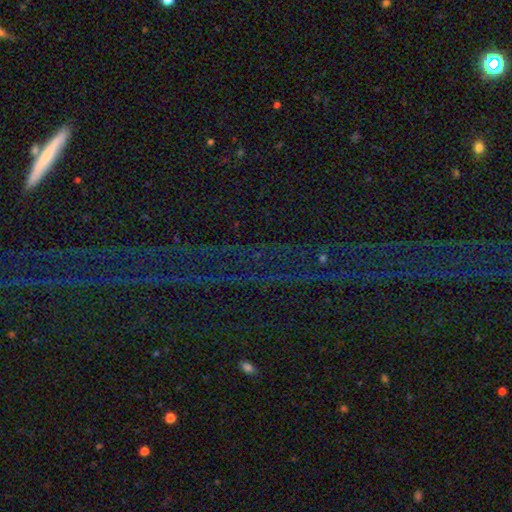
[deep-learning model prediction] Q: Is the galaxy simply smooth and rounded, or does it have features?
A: star or artifact — 81%.